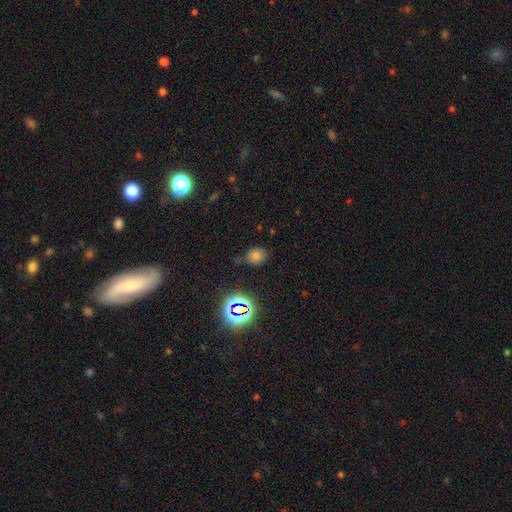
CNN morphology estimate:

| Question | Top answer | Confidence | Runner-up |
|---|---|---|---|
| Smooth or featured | smooth | 59% | star or artifact (33%) |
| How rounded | round | 53% | in between (46%) |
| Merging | none | 74% | minor disturbance (18%) |